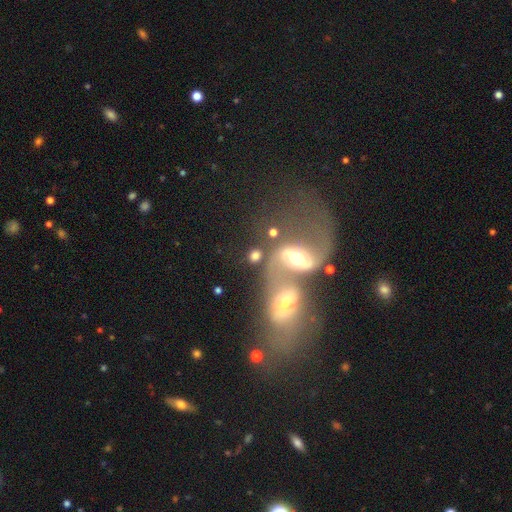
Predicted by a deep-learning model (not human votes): This appears to be a featured or disk galaxy (47%). Merging: merger (47%).